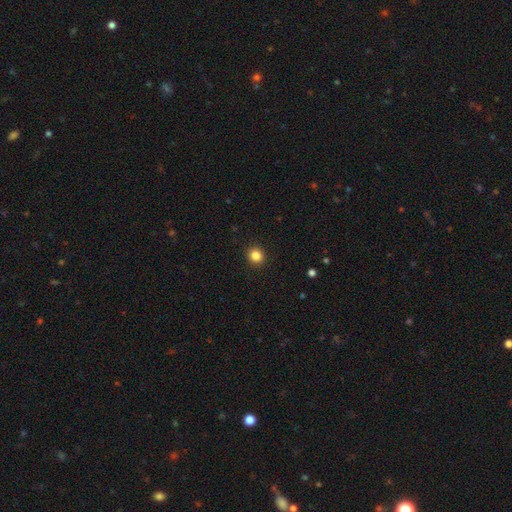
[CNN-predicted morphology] type=smooth (85%); roundness=round (87%); merging=none (93%).